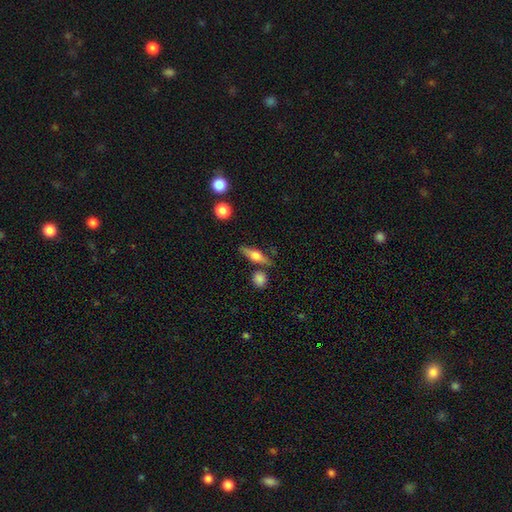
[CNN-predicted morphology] A featured or disk galaxy (55%) viewed edge-on (94%) with a rounded central bulge (89%).

Vote fractions:
- Smooth or featured? featured or disk: 55% / smooth: 38% / star or artifact: 8%
- Edge-on disk? yes: 94% / no: 6%
- Edge-on bulge? rounded: 89% / boxy: 8% / none: 3%
- Merging? none: 78% / minor disturbance: 11% / merger: 8% / major disturbance: 3%